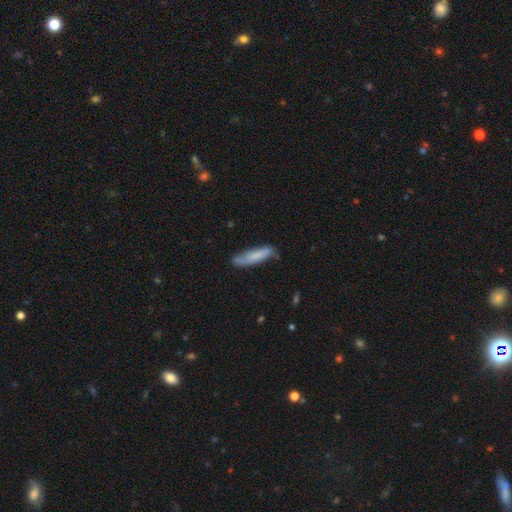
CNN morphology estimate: A smooth galaxy with no disk features (67%) that is cigar-shaped (78%).

Vote fractions:
- Smooth or featured? smooth: 67% / featured or disk: 26% / star or artifact: 6%
- How rounded? cigar-shaped: 78% / in between: 21% / round: 2%
- Merging? none: 66% / minor disturbance: 25% / major disturbance: 5% / merger: 3%